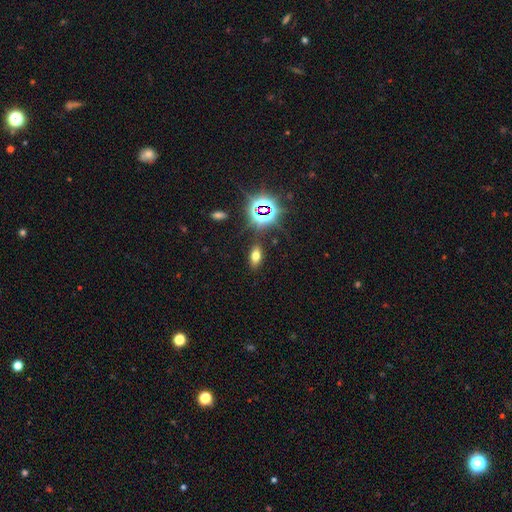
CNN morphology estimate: Smooth or featured? smooth (58%)
How rounded? in between (84%)
Merging? none (85%)